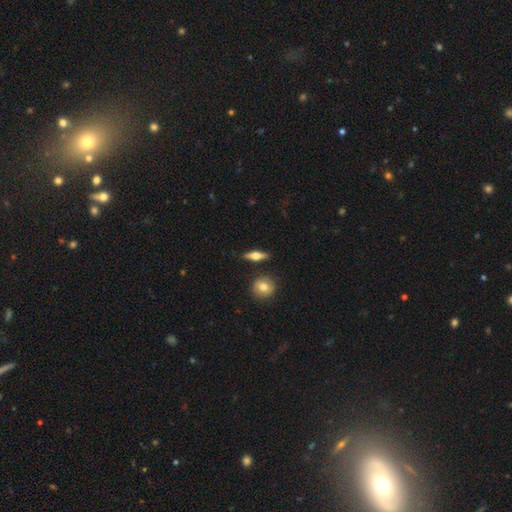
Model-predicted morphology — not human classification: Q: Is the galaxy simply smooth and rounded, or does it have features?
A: featured or disk — 53%.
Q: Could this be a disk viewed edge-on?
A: yes — 92%.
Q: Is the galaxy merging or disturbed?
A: none — 86%.